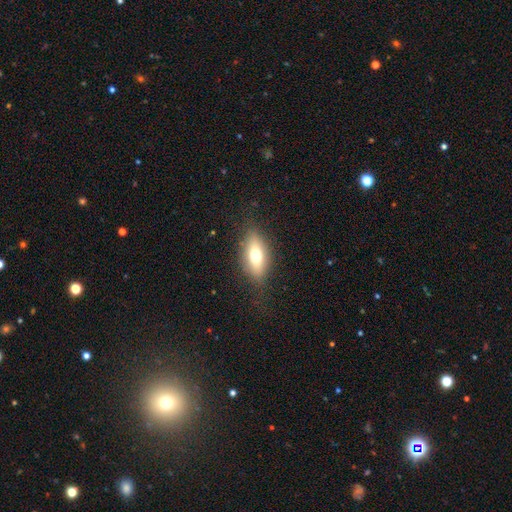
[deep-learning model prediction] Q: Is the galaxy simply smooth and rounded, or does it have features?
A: smooth — 67%.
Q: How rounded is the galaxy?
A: in between — 78%.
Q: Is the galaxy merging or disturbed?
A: none — 82%.